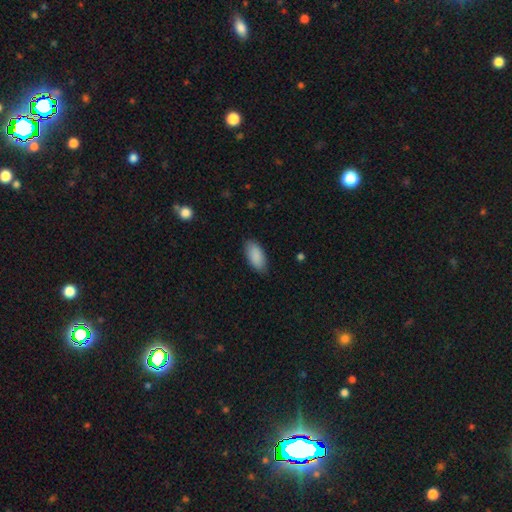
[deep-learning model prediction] Smooth or featured? smooth (90%)
How rounded? in between (92%)
Merging? none (84%)